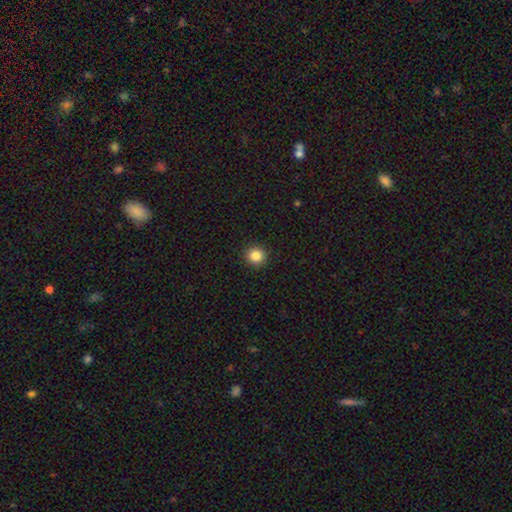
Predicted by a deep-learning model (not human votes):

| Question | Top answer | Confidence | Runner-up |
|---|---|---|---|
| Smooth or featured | smooth | 85% | star or artifact (11%) |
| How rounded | round | 91% | in between (8%) |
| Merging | none | 93% | minor disturbance (5%) |